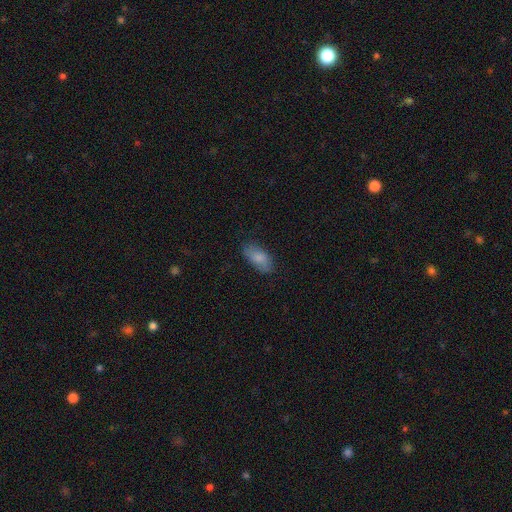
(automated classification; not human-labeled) Morphology: type=smooth (81%); roundness=in between (89%); merging=none (82%).